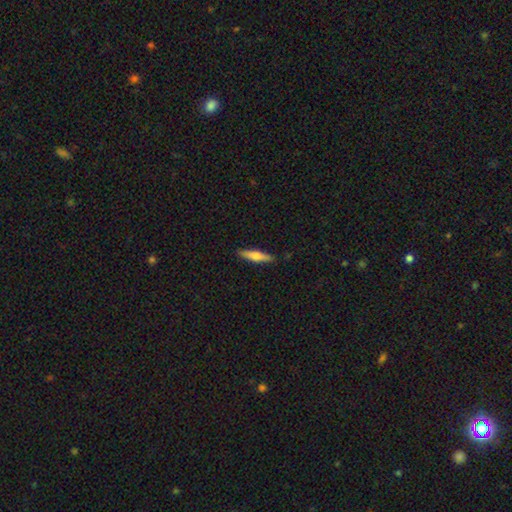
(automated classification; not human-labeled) smooth-or-featured: smooth: 61% | featured or disk: 33% | star or artifact: 6%
  how-rounded: cigar-shaped: 81% | in between: 17% | round: 2%
  merging: none: 89% | minor disturbance: 8% | major disturbance: 2% | merger: 1%